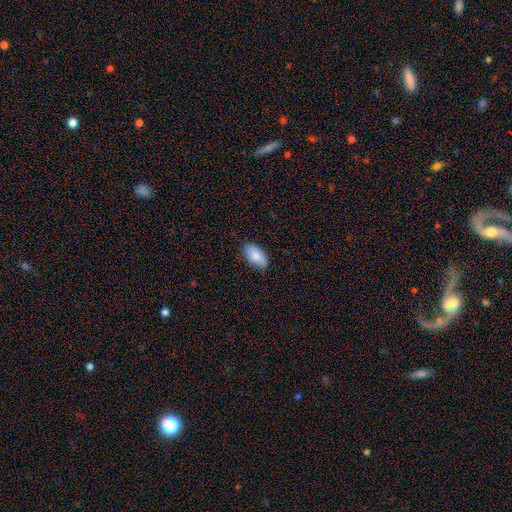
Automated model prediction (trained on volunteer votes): Q: Smooth or featured?
A: smooth (86%); runner-up: featured or disk (8%)
Q: How rounded?
A: in between (95%); runner-up: round (3%)
Q: Merging?
A: none (82%); runner-up: minor disturbance (15%)